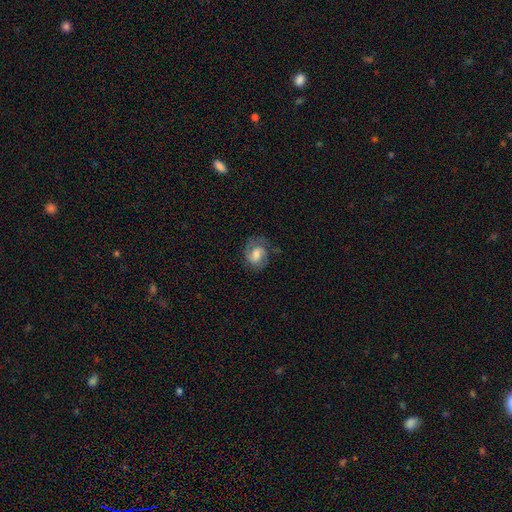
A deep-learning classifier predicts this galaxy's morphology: smooth_or_featured: featured or disk (p=0.61) [alt: smooth p=0.31]
disk_edge_on: no (p=0.97) [alt: yes p=0.03]
bar: weak (p=0.48) [alt: no p=0.39]
has_spiral_arms: yes (p=0.89) [alt: no p=0.11]
spiral_winding: medium (p=0.45) [alt: tight p=0.37]
spiral_arm_count: 2 (p=0.71) [alt: 1 p=0.13]
bulge_size: moderate (p=0.46) [alt: large p=0.24]
merging: none (p=0.64) [alt: minor disturbance p=0.22]